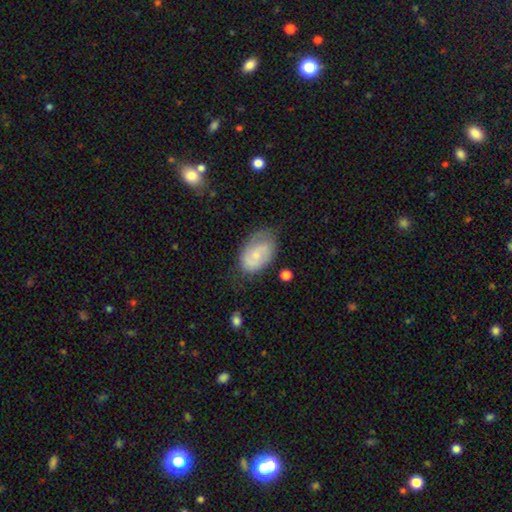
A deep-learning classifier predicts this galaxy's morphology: Smooth or featured?
  - featured or disk: 49% *
  - smooth: 45%
  - star or artifact: 7%
Merging?
  - none: 61% *
  - minor disturbance: 27%
  - major disturbance: 10%
  - merger: 2%